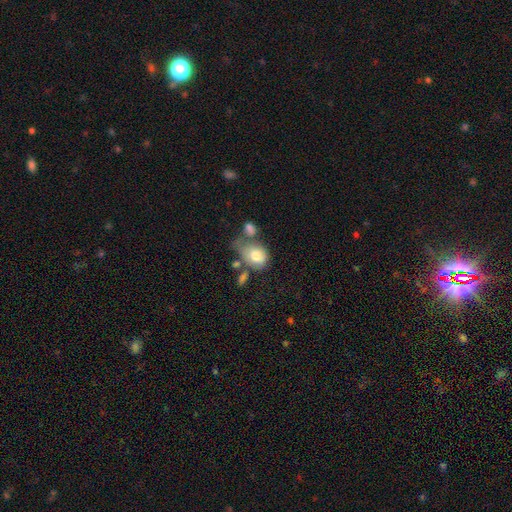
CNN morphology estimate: smooth 74%, featured or disk 19%, star or artifact 8%. Down the decision tree: how rounded — in between (64%); merging — merger (29%).